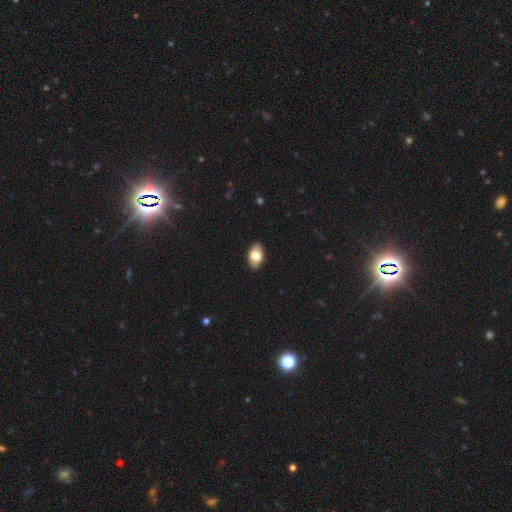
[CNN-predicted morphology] Smooth or featured? smooth (76%)
How rounded? in between (91%)
Merging? none (88%)